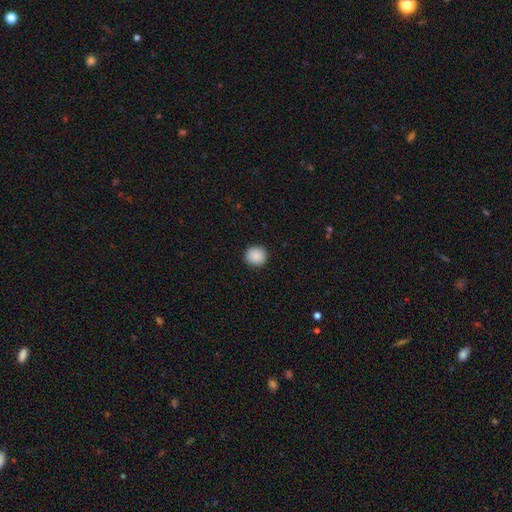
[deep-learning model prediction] Smooth or featured: smooth — 90% (star or artifact — 8%)
How rounded: round — 92% (in between — 7%)
Merging: none — 92% (minor disturbance — 5%)